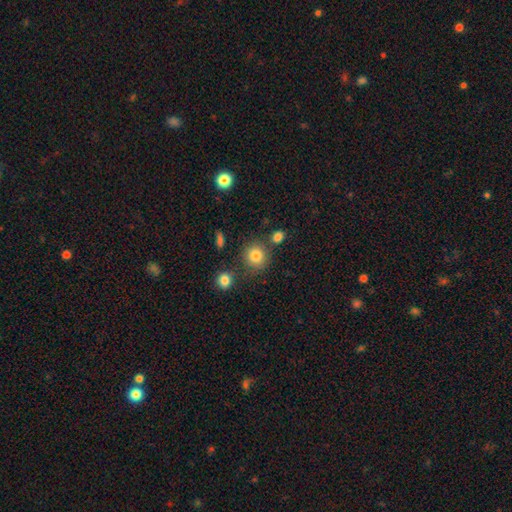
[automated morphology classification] Smooth or featured? smooth (83%)
How rounded? round (90%)
Merging? none (78%)